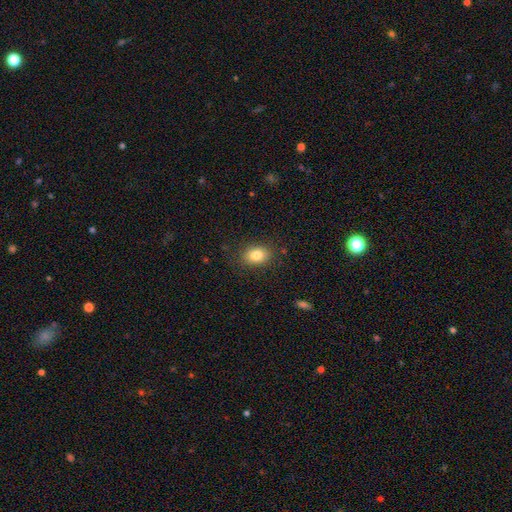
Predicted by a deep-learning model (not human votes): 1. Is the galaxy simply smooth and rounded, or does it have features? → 83% smooth, 9% star or artifact, 8% featured or disk.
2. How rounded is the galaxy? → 70% in between, 29% round, 1% cigar-shaped.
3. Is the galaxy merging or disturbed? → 85% none, 10% minor disturbance, 3% major disturbance, 1% merger.